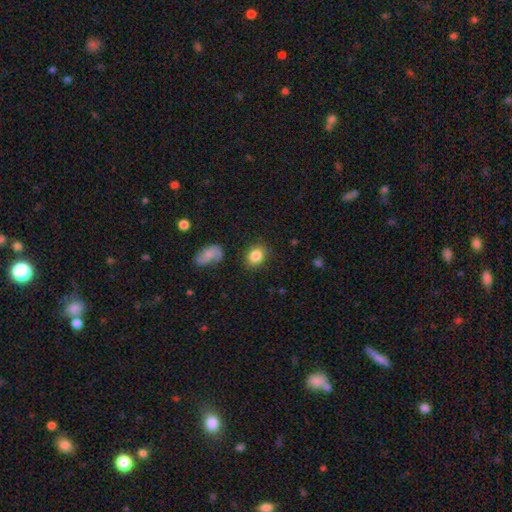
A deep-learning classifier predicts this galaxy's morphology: type=smooth (83%); roundness=in between (53%); merging=none (79%).